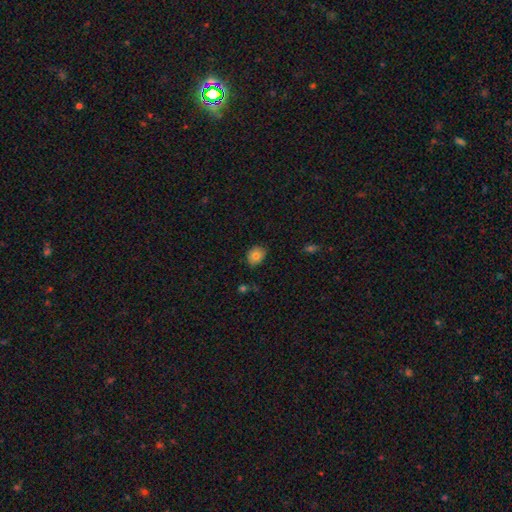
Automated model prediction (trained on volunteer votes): Morphology: type=smooth (81%); roundness=round (53%); merging=none (79%).